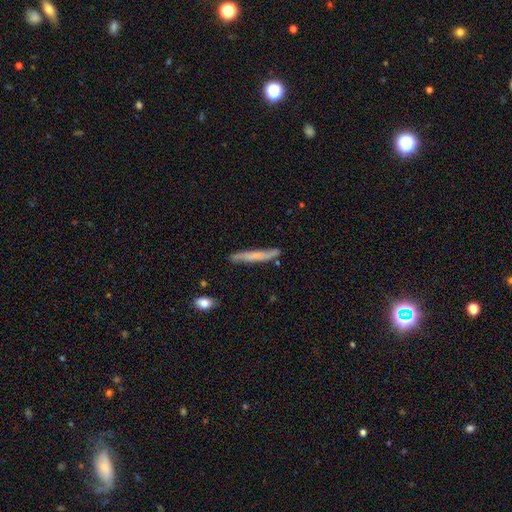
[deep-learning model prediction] Smooth or featured? Predicted: smooth (p=0.55). How rounded? Predicted: cigar-shaped (p=0.95). Merging? Predicted: none (p=0.77).